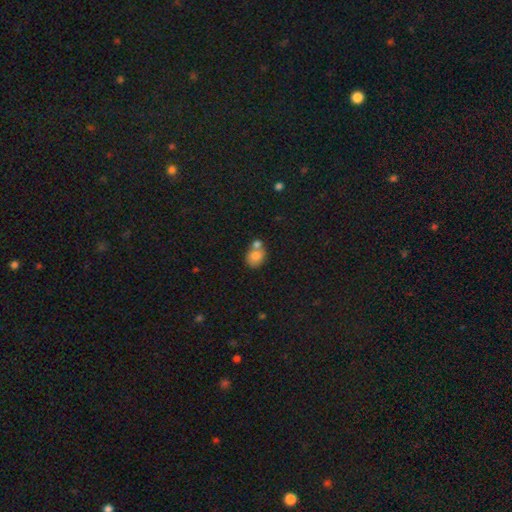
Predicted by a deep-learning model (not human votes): smooth-or-featured: smooth: 77% | featured or disk: 14% | star or artifact: 9%
  how-rounded: round: 54% | in between: 45% | cigar-shaped: 1%
  merging: merger: 44% | none: 41% | minor disturbance: 11% | major disturbance: 4%